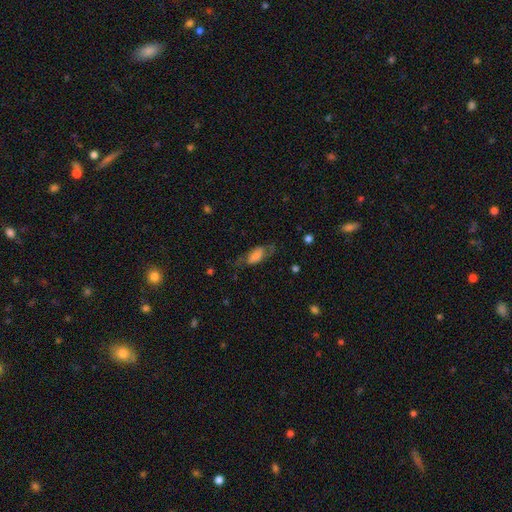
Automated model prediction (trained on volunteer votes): This appears to be a smooth galaxy with no disk features (54%) that is in between round and cigar-shaped (83%). Merging: none (55%).